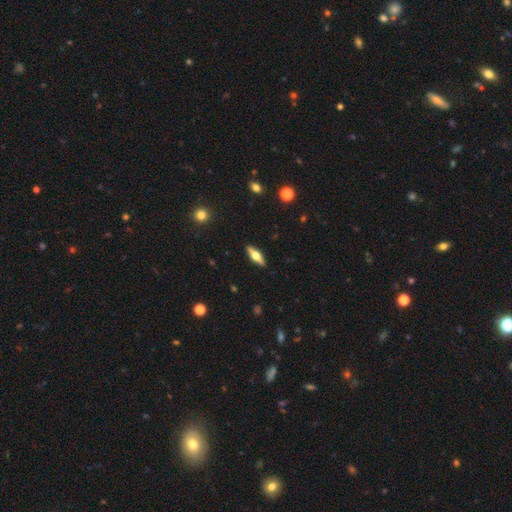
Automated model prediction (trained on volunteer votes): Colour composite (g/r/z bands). It shows a featured or disk galaxy (54%) viewed edge-on (93%) with a rounded central bulge (94%). Merging: none (90%).